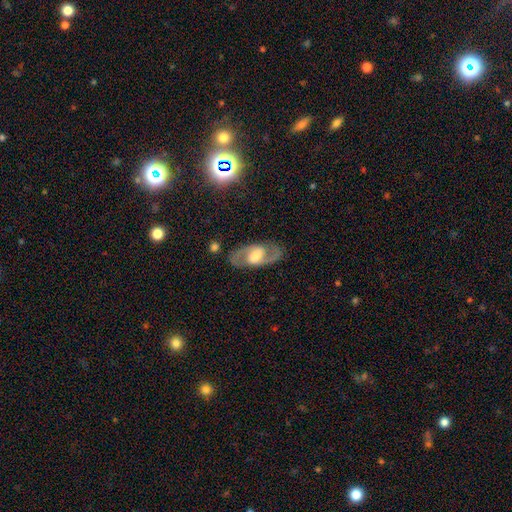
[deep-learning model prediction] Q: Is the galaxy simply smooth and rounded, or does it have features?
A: featured or disk — 79%.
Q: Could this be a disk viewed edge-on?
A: no — 94%.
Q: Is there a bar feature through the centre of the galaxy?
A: weak — 47%.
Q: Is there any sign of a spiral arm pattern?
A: yes — 86%.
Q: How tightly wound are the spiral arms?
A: medium — 58%.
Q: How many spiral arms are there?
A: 2 — 90%.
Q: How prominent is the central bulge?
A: moderate — 50%.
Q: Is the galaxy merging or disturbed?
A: none — 84%.